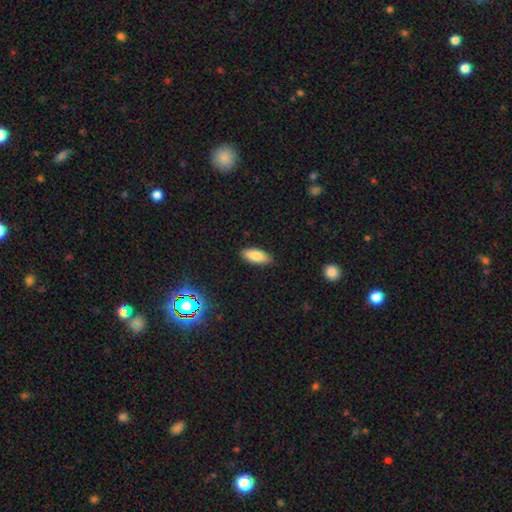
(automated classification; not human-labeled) Smooth or featured? Predicted: smooth (p=0.84). How rounded? Predicted: in between (p=0.84). Merging? Predicted: none (p=0.87).